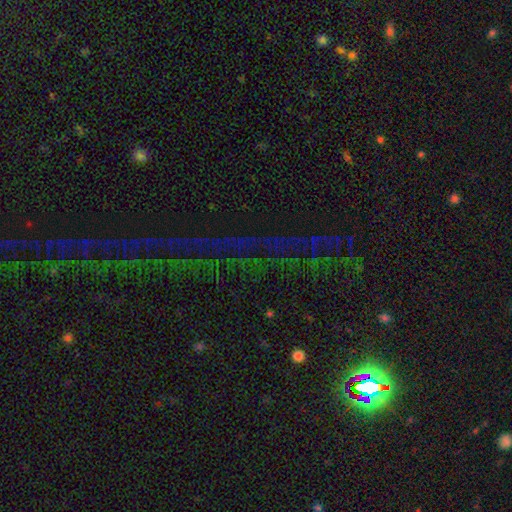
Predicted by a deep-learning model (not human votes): A star or artifact, not a galaxy (77%).

Vote fractions:
- Smooth or featured? star or artifact: 77% / smooth: 12% / featured or disk: 11%